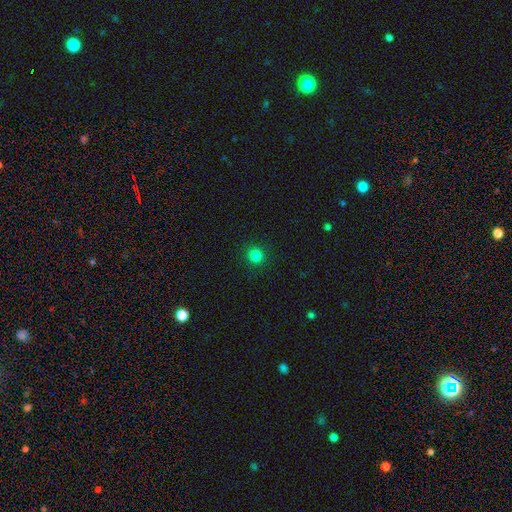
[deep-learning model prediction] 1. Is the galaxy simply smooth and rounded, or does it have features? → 83% smooth, 14% star or artifact, 4% featured or disk.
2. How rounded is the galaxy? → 94% round, 5% in between, 1% cigar-shaped.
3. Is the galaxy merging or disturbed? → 92% none, 5% minor disturbance, 2% major disturbance, 1% merger.